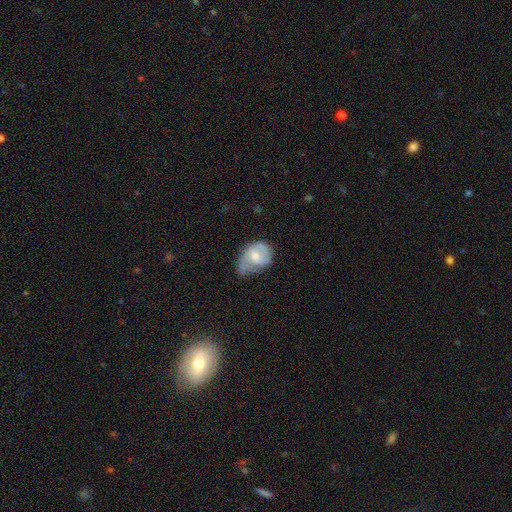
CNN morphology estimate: smooth-or-featured: featured or disk: 59% | smooth: 35% | star or artifact: 6%
  disk-edge-on: no: 97% | yes: 3%
    bar: no: 50% | weak: 43% | strong: 8%
    has-spiral-arms: yes: 82% | no: 18%
    bulge-size: moderate: 56% | small: 32% | large: 6% | none: 5% | dominant: 1%
  merging: minor disturbance: 39% | none: 36% | major disturbance: 22% | merger: 3%